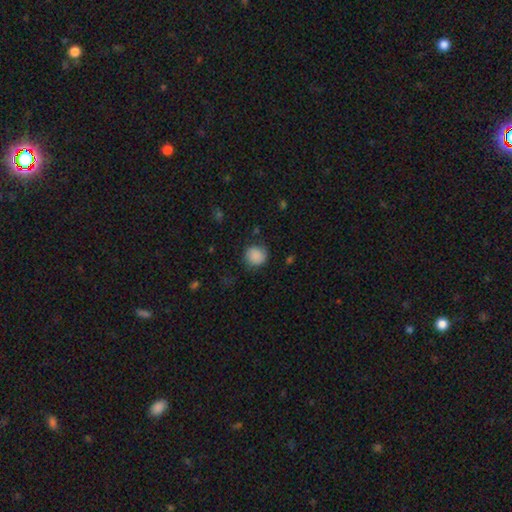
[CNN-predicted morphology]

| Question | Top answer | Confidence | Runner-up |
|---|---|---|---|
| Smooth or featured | smooth | 84% | featured or disk (8%) |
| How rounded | round | 88% | in between (11%) |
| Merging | none | 76% | minor disturbance (17%) |